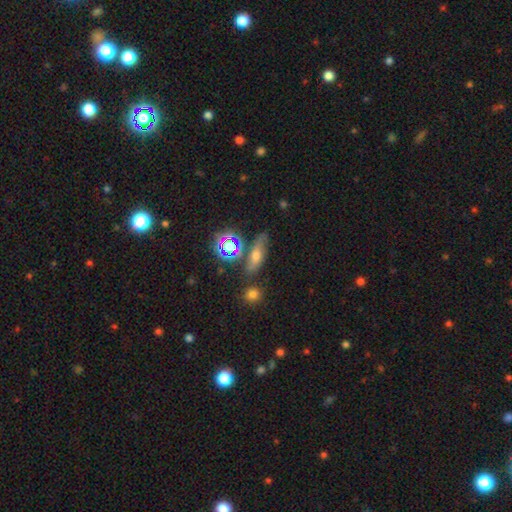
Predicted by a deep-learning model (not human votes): Q: Smooth or featured?
A: smooth (42%); runner-up: star or artifact (33%)
Q: Merging?
A: none (71%); runner-up: minor disturbance (15%)